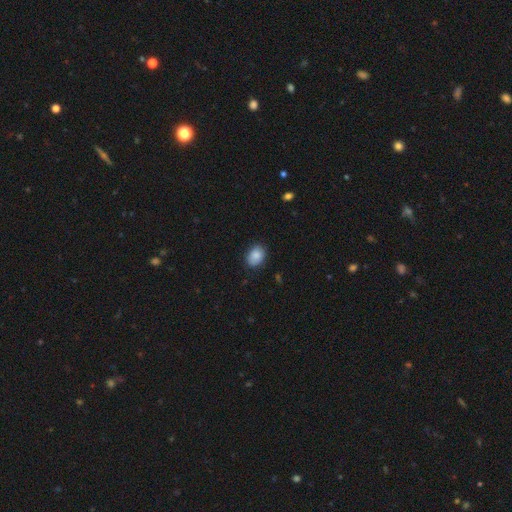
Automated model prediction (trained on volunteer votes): Smooth or featured?
  - smooth: 87% *
  - star or artifact: 7%
  - featured or disk: 5%
How rounded?
  - in between: 75% *
  - round: 24%
  - cigar-shaped: 1%
Merging?
  - none: 83% *
  - minor disturbance: 13%
  - major disturbance: 3%
  - merger: 1%